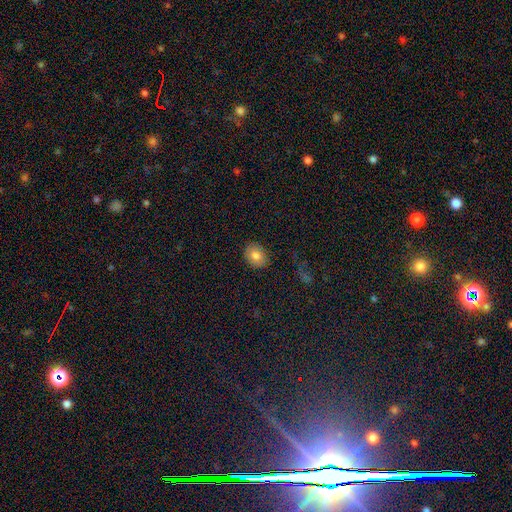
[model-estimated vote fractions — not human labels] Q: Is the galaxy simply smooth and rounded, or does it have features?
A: smooth — 82%.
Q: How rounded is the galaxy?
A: in between — 54%.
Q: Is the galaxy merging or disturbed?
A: none — 86%.